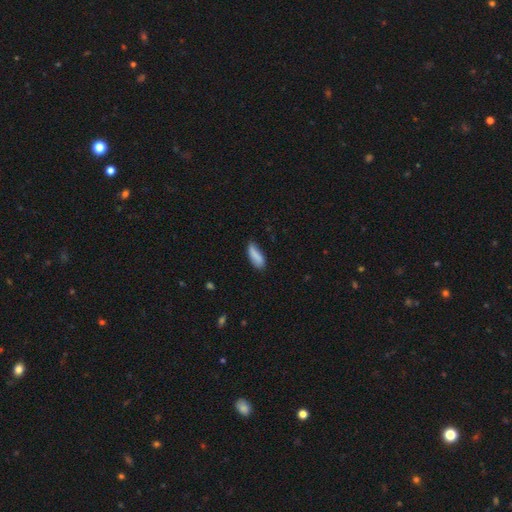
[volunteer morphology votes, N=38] This appears to be a smooth galaxy with no disk features (84%) that is in between round and cigar-shaped (66%). Merging: none (74%).